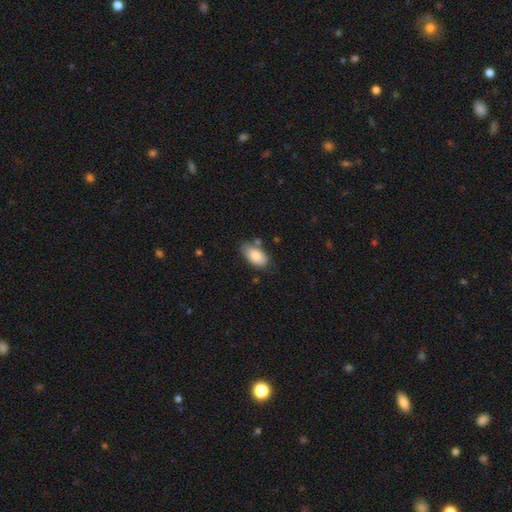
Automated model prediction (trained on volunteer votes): smooth 83%, featured or disk 11%, star or artifact 6%. Down the decision tree: how rounded — in between (94%); merging — none (67%).